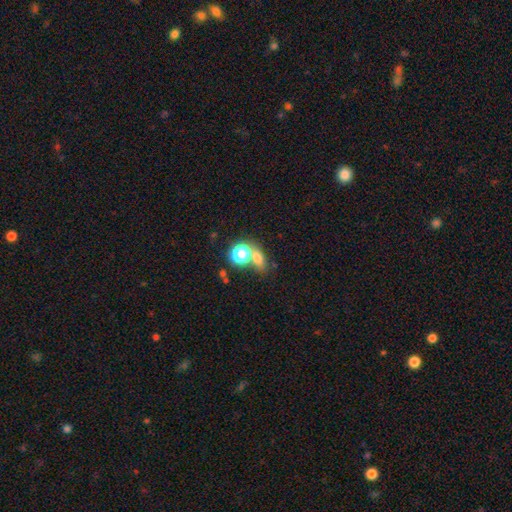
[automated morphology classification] smooth-or-featured: smooth: 66% | star or artifact: 24% | featured or disk: 10%
  how-rounded: in between: 52% | round: 44% | cigar-shaped: 3%
  merging: none: 55% | merger: 30% | minor disturbance: 10% | major disturbance: 6%